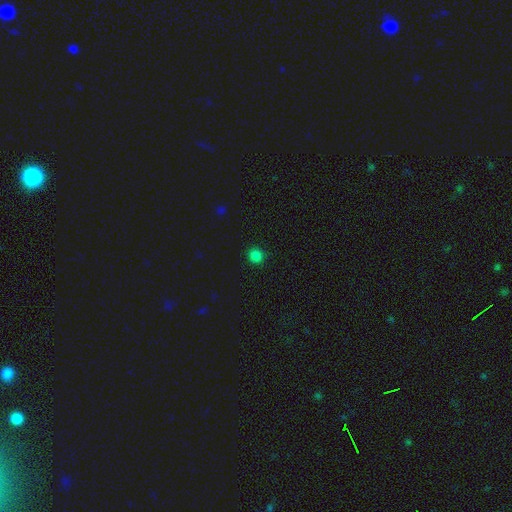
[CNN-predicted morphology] Q: Smooth or featured?
A: smooth (82%); runner-up: star or artifact (14%)
Q: How rounded?
A: round (92%); runner-up: in between (7%)
Q: Merging?
A: none (91%); runner-up: minor disturbance (6%)